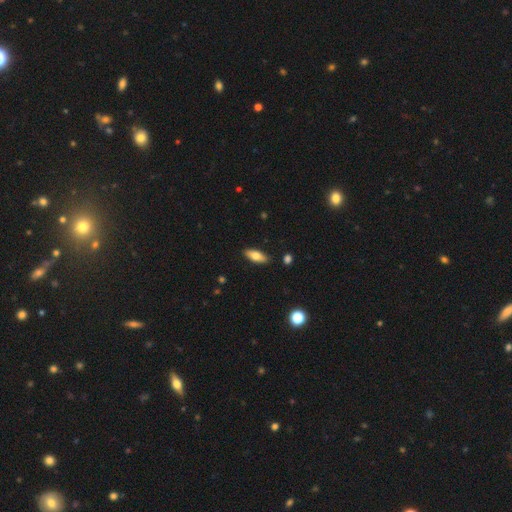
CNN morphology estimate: Smooth or featured? Predicted: smooth (p=0.74). How rounded? Predicted: in between (p=0.77). Merging? Predicted: none (p=0.87).